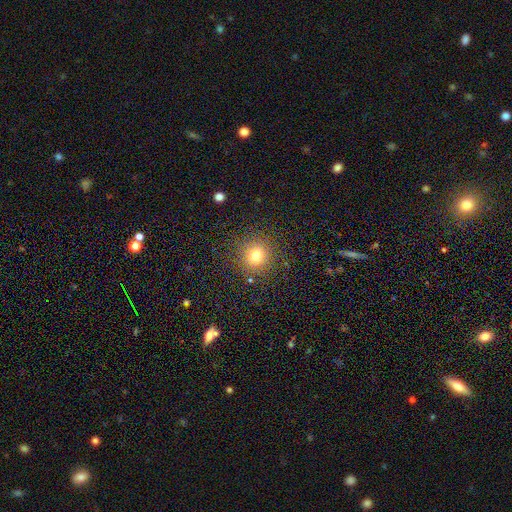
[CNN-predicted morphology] Smooth or featured: smooth — 76% (star or artifact — 17%)
How rounded: round — 92% (in between — 7%)
Merging: none — 88% (minor disturbance — 7%)